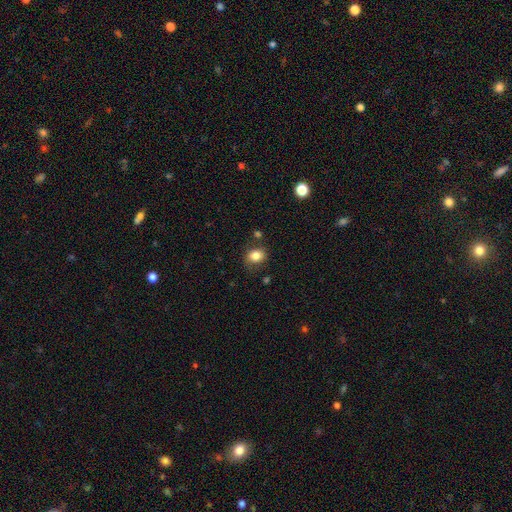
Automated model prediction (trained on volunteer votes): smooth-or-featured: smooth: 83% | star or artifact: 10% | featured or disk: 7%
  how-rounded: round: 52% | in between: 48% | cigar-shaped: 1%
  merging: none: 71% | minor disturbance: 18% | major disturbance: 6% | merger: 5%